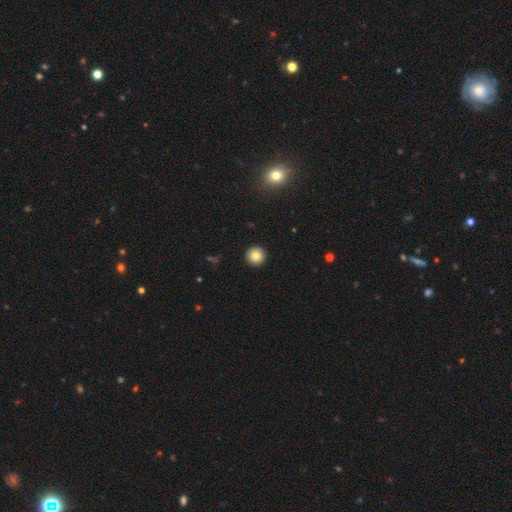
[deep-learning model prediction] A smooth galaxy with no disk features (83%) that is round (96%).

Vote fractions:
- Smooth or featured? smooth: 83% / star or artifact: 10% / featured or disk: 7%
- How rounded? round: 96% / in between: 3% / cigar-shaped: 1%
- Merging? none: 94% / minor disturbance: 4% / major disturbance: 1% / merger: 1%